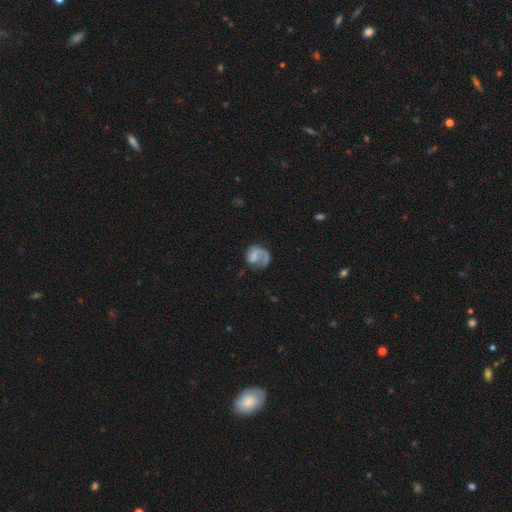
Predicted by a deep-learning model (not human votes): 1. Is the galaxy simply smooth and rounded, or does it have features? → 52% featured or disk, 39% smooth, 8% star or artifact.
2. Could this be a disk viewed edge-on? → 98% no, 2% yes.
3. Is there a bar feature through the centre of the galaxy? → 67% no, 26% weak, 7% strong.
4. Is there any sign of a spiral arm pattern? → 69% yes, 31% no.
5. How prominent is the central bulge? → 56% none, 21% small, 15% moderate, 6% large, 2% dominant.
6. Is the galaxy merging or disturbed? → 40% none, 36% major disturbance, 19% minor disturbance, 5% merger.